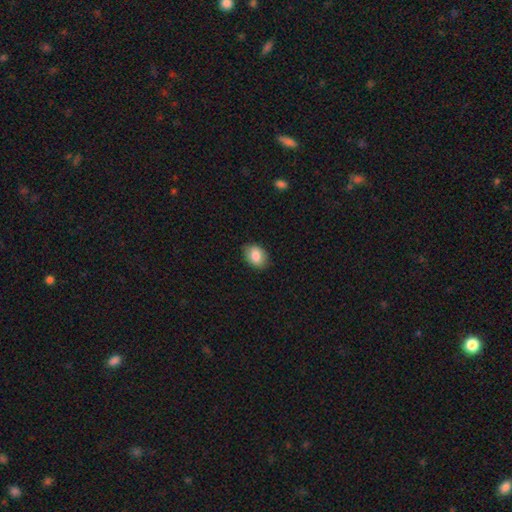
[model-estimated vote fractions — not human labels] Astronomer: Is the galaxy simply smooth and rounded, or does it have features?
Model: smooth — 86%.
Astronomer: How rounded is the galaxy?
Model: in between — 75%.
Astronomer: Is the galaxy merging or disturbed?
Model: none — 85%.